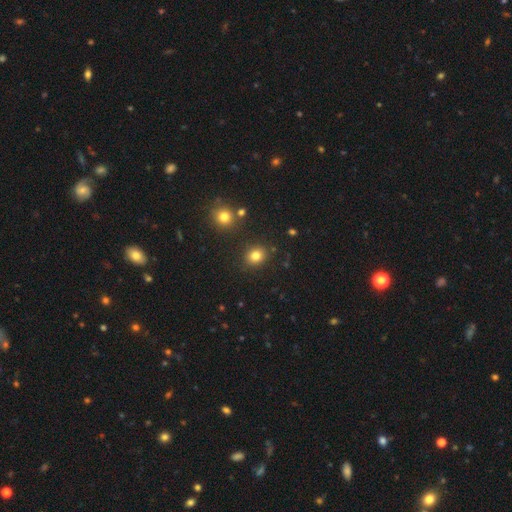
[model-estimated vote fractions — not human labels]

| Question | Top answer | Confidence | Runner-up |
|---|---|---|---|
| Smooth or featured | smooth | 81% | star or artifact (13%) |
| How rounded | round | 68% | in between (31%) |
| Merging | none | 85% | minor disturbance (8%) |